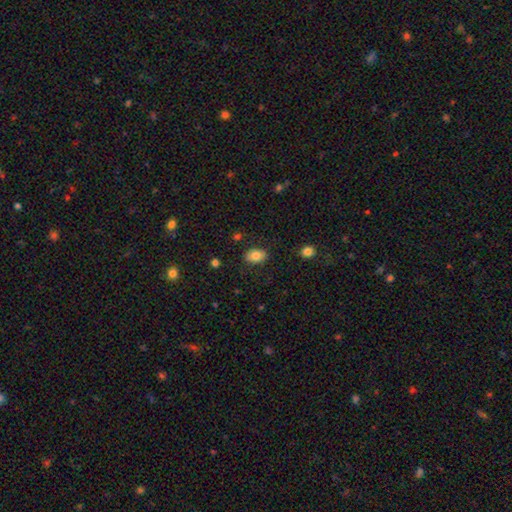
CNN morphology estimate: Smooth or featured?
  - smooth: 81% *
  - featured or disk: 11%
  - star or artifact: 8%
How rounded?
  - in between: 84% *
  - round: 15%
  - cigar-shaped: 1%
Merging?
  - none: 85% *
  - minor disturbance: 11%
  - major disturbance: 3%
  - merger: 2%